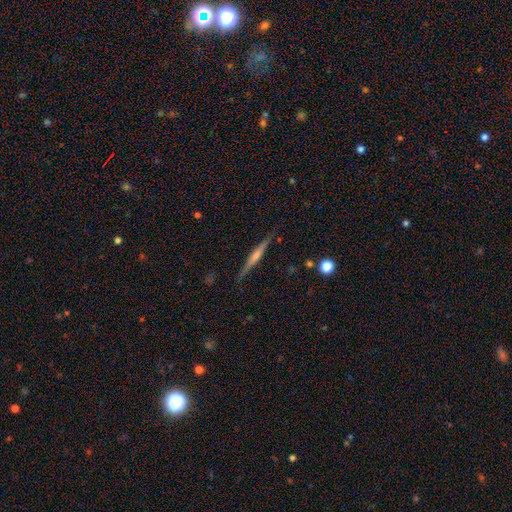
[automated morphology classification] This is likely a featured or disk galaxy (74%). It is clearly viewed edge-on (98%). Edge-on bulge: likely rounded (71%). Merging: clearly none (88%).